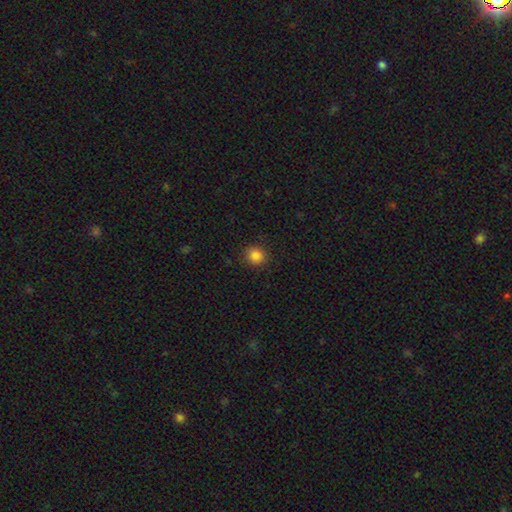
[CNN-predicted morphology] Smooth or featured? smooth (86%)
How rounded? round (89%)
Merging? none (90%)